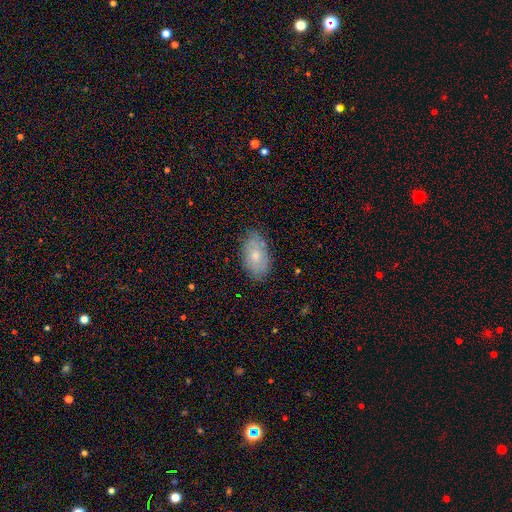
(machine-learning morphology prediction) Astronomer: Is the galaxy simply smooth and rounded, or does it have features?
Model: smooth — 54% (runner-up: featured or disk, 38%).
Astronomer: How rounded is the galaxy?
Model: in between — 93%.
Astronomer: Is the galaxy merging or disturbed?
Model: none — 76%.